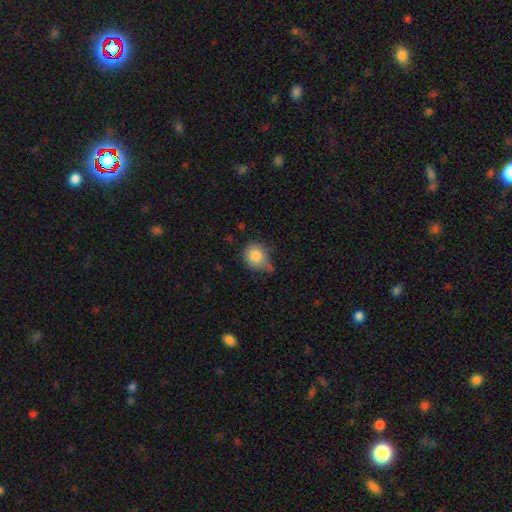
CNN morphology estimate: type=smooth (82%); roundness=round (75%); merging=none (48%).